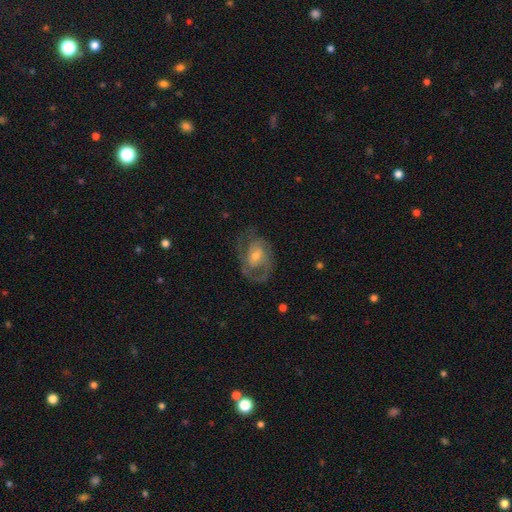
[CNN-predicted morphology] Smooth or featured?
  - featured or disk: 76% *
  - smooth: 18%
  - star or artifact: 7%
Edge-on disk?
  - no: 96% *
  - yes: 4%
Bar?
  - no: 58% *
  - weak: 34%
  - strong: 8%
Spiral arms?
  - yes: 84% *
  - no: 16%
Spiral winding?
  - medium: 45% *
  - tight: 38%
  - loose: 17%
Spiral arm count?
  - 2: 54% *
  - can't tell: 22%
  - 1: 10%
  - 3: 9%
  - 4: 2%
  - more than 4: 2%
Bulge size?
  - moderate: 47% *
  - small: 46%
  - large: 4%
  - none: 2%
  - dominant: 1%
Merging?
  - none: 62% *
  - minor disturbance: 19%
  - major disturbance: 17%
  - merger: 1%